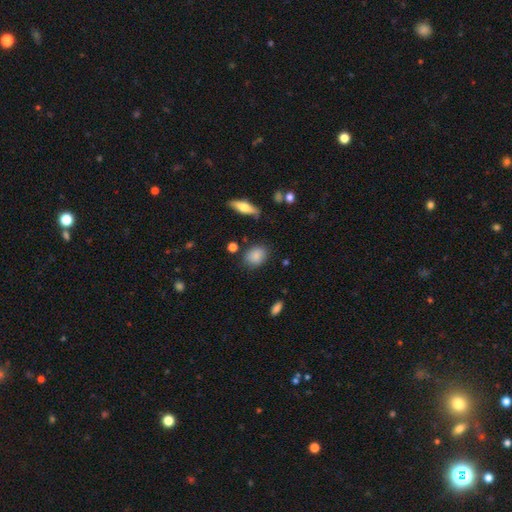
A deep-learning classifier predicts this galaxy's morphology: Smooth or featured? smooth (85%)
How rounded? in between (56%)
Merging? none (80%)